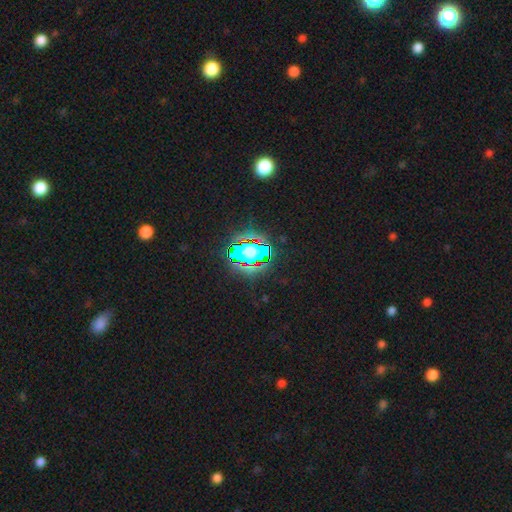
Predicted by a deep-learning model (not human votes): star or artifact 78%, smooth 13%, featured or disk 9%.